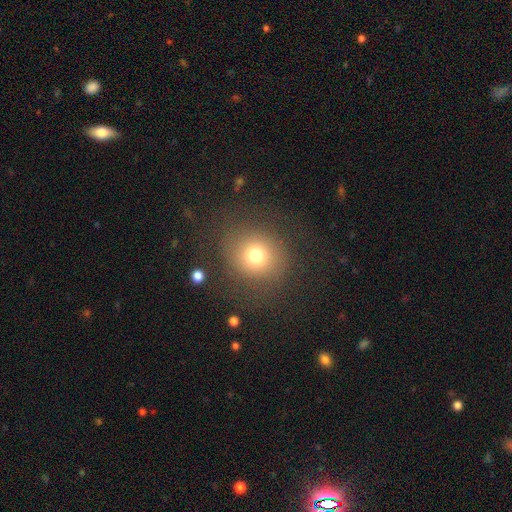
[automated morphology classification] smooth_or_featured: smooth (p=0.74) [alt: star or artifact p=0.15]
how_rounded: round (p=0.85) [alt: in between p=0.14]
merging: none (p=0.79) [alt: minor disturbance p=0.11]